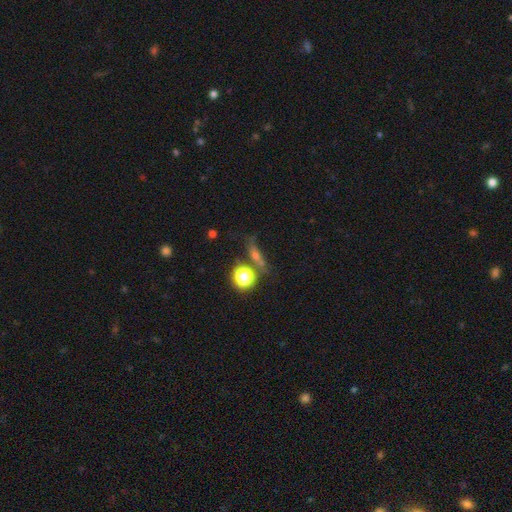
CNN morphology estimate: The model was most divided on "smooth or featured": smooth: 42%, star or artifact: 31%, featured or disk: 27%. More confident: merging — none (65%).